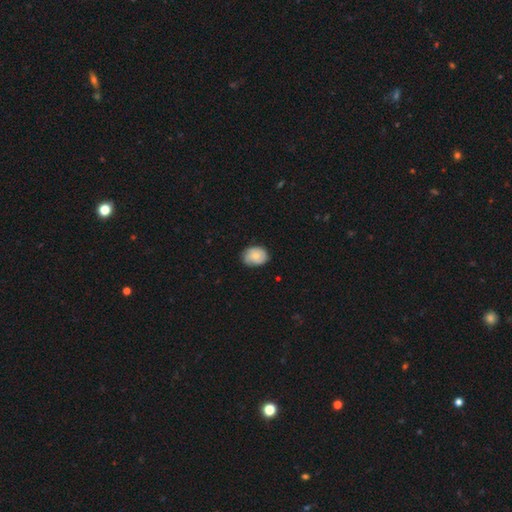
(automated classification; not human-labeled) Morphology: type=smooth (62%); roundness=in between (61%); merging=none (69%).